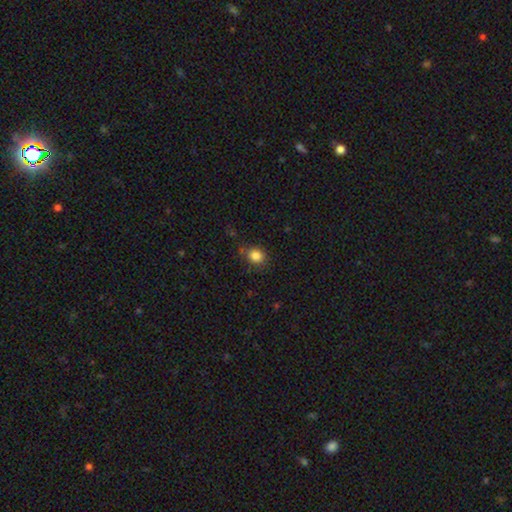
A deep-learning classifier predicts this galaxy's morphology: This is clearly a smooth galaxy (84%). How rounded: likely round (71%). Merging: likely none (76%).